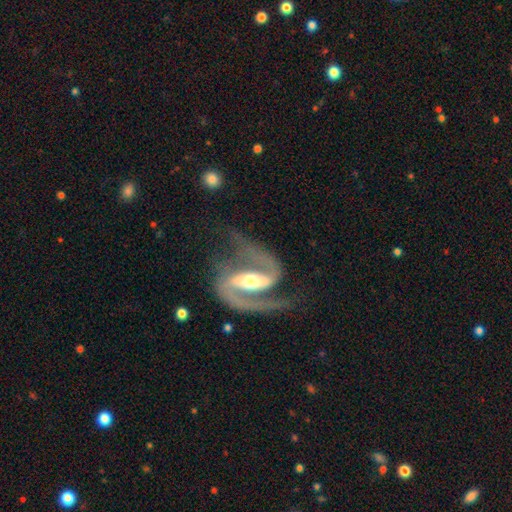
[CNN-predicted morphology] Smooth or featured: featured or disk — 93% (star or artifact — 4%)
Edge-on disk: no — 97% (yes — 3%)
Bar: strong — 65% (weak — 25%)
Spiral arms: yes — 98% (no — 2%)
Spiral winding: medium — 59% (tight — 21%)
Spiral arm count: 2 — 93% (1 — 2%)
Bulge size: moderate — 62% (small — 30%)
Merging: none — 71% (minor disturbance — 15%)